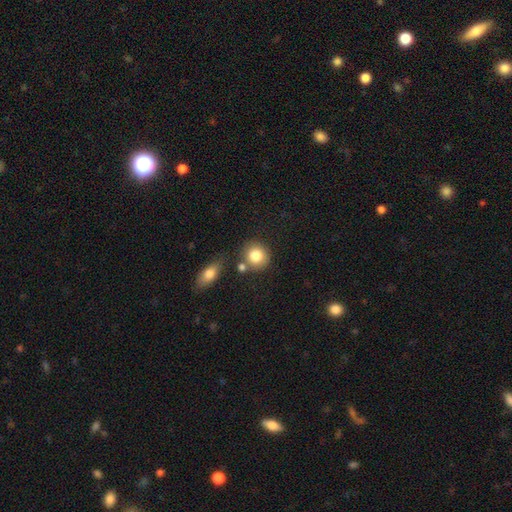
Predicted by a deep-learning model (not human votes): Morphology: type=smooth (82%); roundness=round (86%); merging=none (69%).